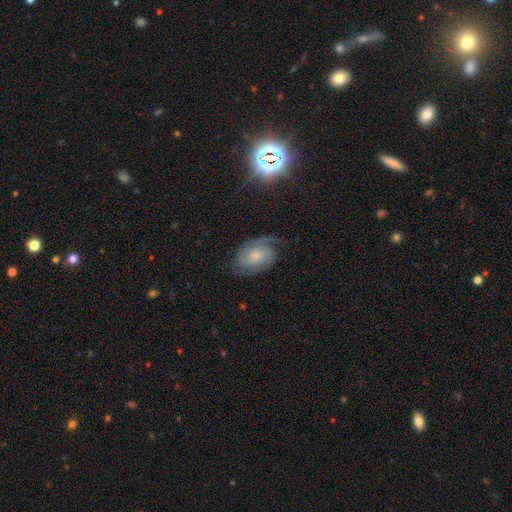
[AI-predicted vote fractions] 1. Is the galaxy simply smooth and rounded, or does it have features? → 79% featured or disk, 13% smooth, 8% star or artifact.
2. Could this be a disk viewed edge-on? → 97% no, 3% yes.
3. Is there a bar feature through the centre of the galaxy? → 71% no, 23% weak, 5% strong.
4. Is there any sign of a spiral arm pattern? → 96% yes, 4% no.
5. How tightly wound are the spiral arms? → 43% tight, 42% medium, 15% loose.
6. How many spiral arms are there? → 85% 2, 7% can't tell, 3% 1, 3% 3, 1% 4, 1% more than 4.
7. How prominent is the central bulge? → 56% small, 33% moderate, 6% none, 4% large, 2% dominant.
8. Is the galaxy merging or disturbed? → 73% none, 16% minor disturbance, 9% major disturbance, 1% merger.